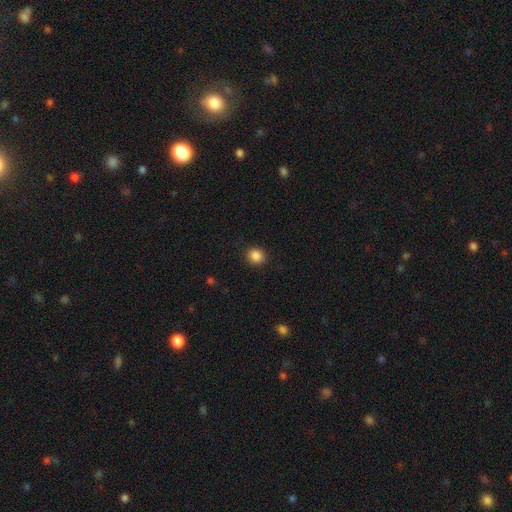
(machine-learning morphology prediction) type=smooth (86%); roundness=round (80%); merging=none (90%).